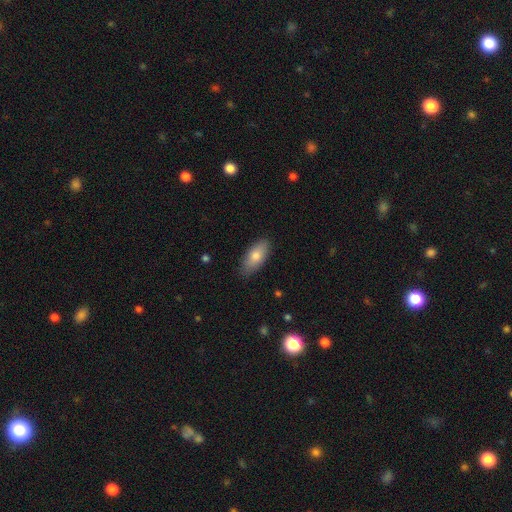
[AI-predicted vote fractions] Q: Smooth or featured?
A: smooth (76%); runner-up: featured or disk (17%)
Q: How rounded?
A: in between (83%); runner-up: cigar-shaped (14%)
Q: Merging?
A: none (85%); runner-up: minor disturbance (11%)